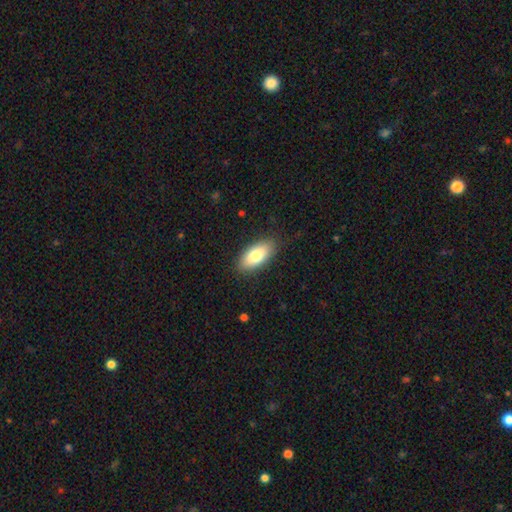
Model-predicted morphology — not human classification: type=smooth (78%); roundness=in between (89%); merging=none (86%).